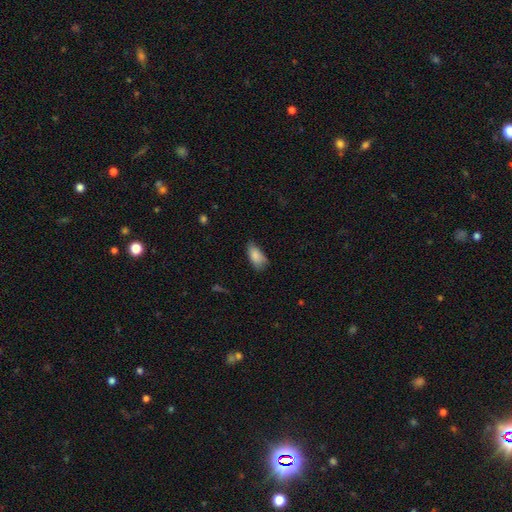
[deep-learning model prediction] A smooth galaxy with no disk features (86%) that is in between round and cigar-shaped (92%).

Vote fractions:
- Smooth or featured? smooth: 86% / star or artifact: 7% / featured or disk: 7%
- How rounded? in between: 92% / cigar-shaped: 5% / round: 3%
- Merging? none: 63% / minor disturbance: 30% / major disturbance: 6% / merger: 2%